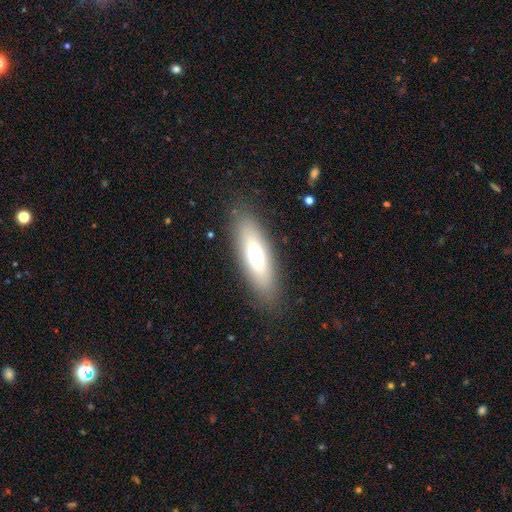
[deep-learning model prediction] A smooth galaxy with no disk features (64%) that is in between round and cigar-shaped (55%).

Vote fractions:
- Smooth or featured? smooth: 64% / featured or disk: 28% / star or artifact: 8%
- How rounded? in between: 55% / cigar-shaped: 42% / round: 3%
- Merging? none: 86% / minor disturbance: 9% / major disturbance: 4% / merger: 1%